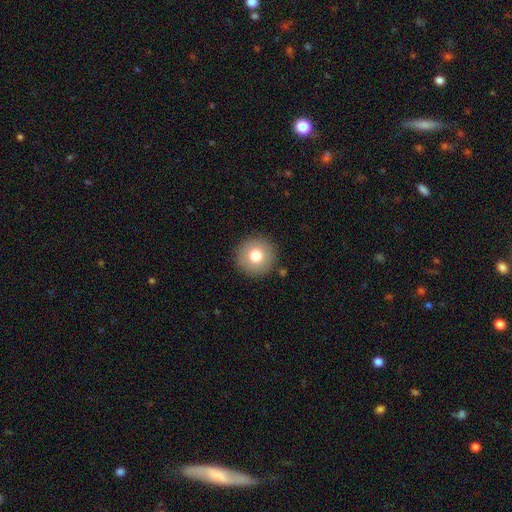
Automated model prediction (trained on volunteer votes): A smooth galaxy with no disk features (77%) that is round (96%).

Vote fractions:
- Smooth or featured? smooth: 77% / featured or disk: 14% / star or artifact: 9%
- How rounded? round: 96% / in between: 3% / cigar-shaped: 1%
- Merging? none: 90% / minor disturbance: 6% / major disturbance: 2% / merger: 2%